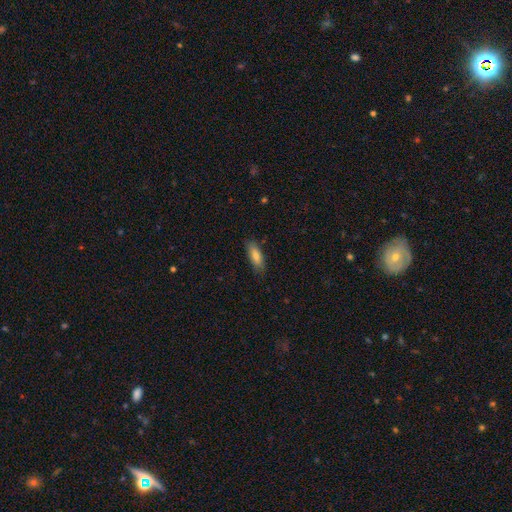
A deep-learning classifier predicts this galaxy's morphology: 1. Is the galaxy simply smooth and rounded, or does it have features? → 76% smooth, 17% featured or disk, 7% star or artifact.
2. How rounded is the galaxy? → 59% in between, 39% cigar-shaped, 2% round.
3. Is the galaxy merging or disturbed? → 84% none, 13% minor disturbance, 2% major disturbance, 1% merger.